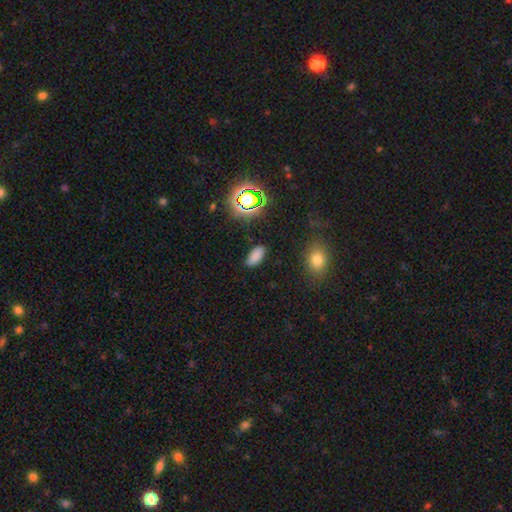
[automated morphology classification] A smooth galaxy with no disk features (79%) that is in between round and cigar-shaped (88%). Merging: none (85%).